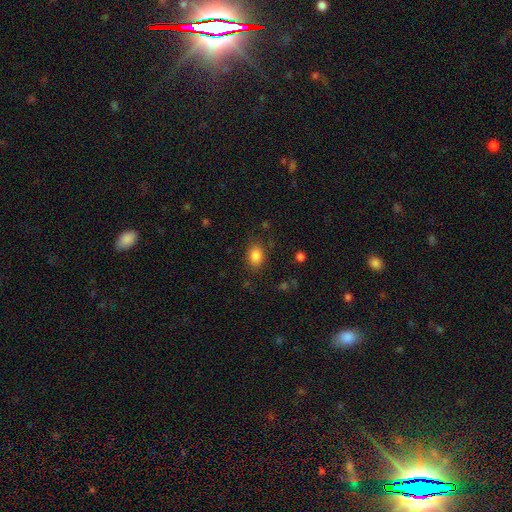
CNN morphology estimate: This appears to be a smooth galaxy with no disk features (85%) that is in between round and cigar-shaped (72%). Merging: none (79%).